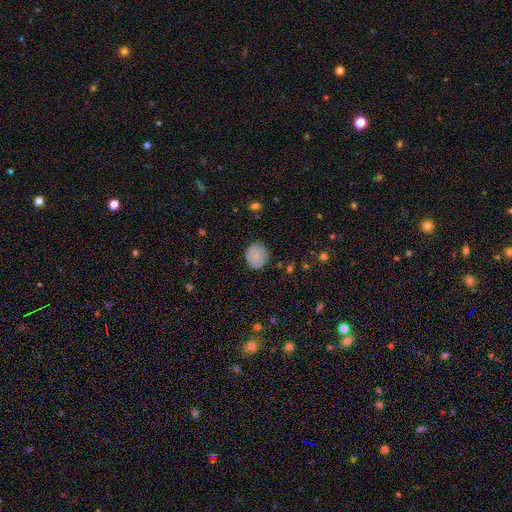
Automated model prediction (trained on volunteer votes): A smooth galaxy with no disk features (82%) that is round (81%).

Vote fractions:
- Smooth or featured? smooth: 82% / featured or disk: 10% / star or artifact: 8%
- How rounded? round: 81% / in between: 18% / cigar-shaped: 1%
- Merging? none: 84% / minor disturbance: 12% / major disturbance: 3% / merger: 1%